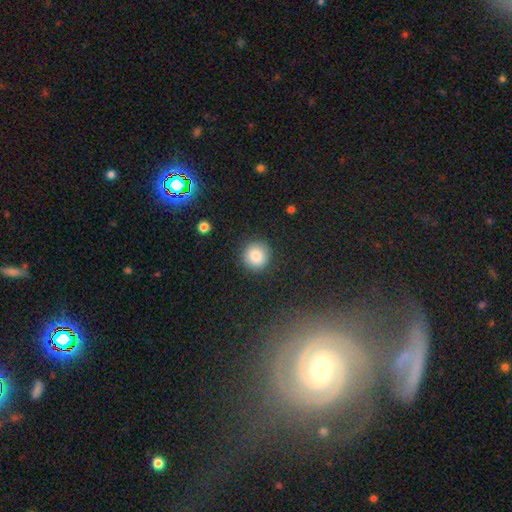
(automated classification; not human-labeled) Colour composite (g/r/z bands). It shows a smooth galaxy with no disk features (84%) that is round (93%). Merging: none (90%).